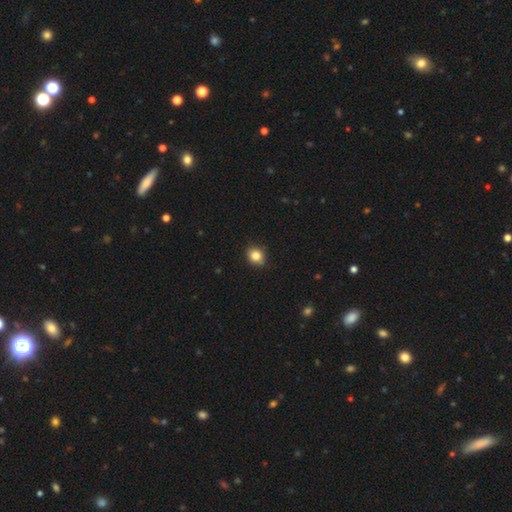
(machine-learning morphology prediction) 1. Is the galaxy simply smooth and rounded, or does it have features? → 84% smooth, 10% star or artifact, 6% featured or disk.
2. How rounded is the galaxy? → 61% round, 38% in between, 1% cigar-shaped.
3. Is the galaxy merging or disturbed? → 86% none, 11% minor disturbance, 2% major disturbance, 1% merger.